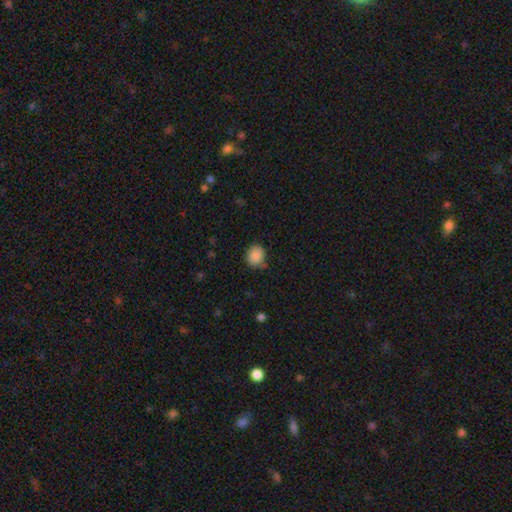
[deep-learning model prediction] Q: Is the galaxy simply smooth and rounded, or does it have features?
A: smooth — 88%.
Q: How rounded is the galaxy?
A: round — 75%.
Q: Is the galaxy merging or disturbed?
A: none — 79%.